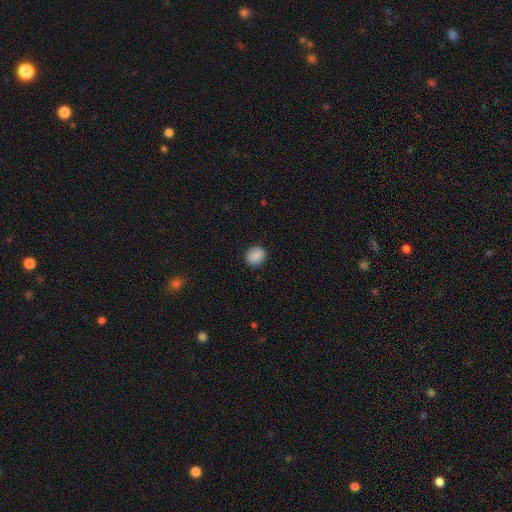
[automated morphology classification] The model was most divided on "how rounded": round: 69%, in between: 30%, cigar-shaped: 1%. More confident: smooth or featured — smooth (88%); merging — none (87%).